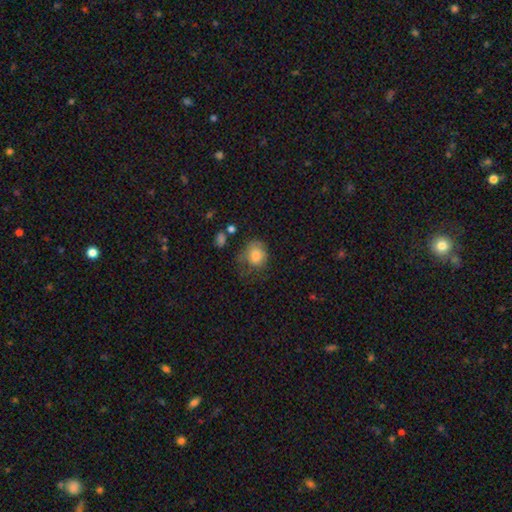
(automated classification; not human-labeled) Smooth or featured? smooth (77%)
How rounded? round (60%)
Merging? none (41%)